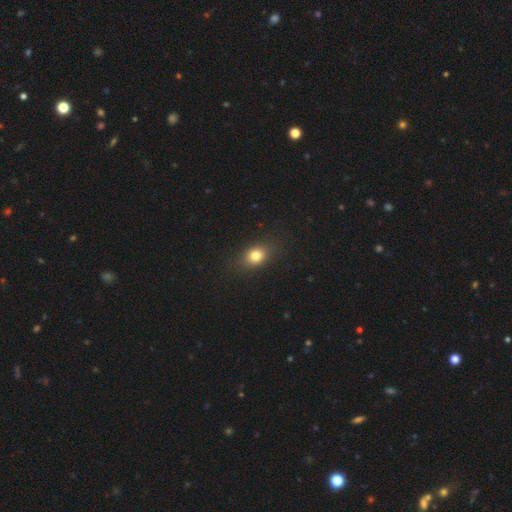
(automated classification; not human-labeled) smooth 78%, star or artifact 12%, featured or disk 9%. Down the decision tree: how rounded — in between (52%); merging — none (82%).